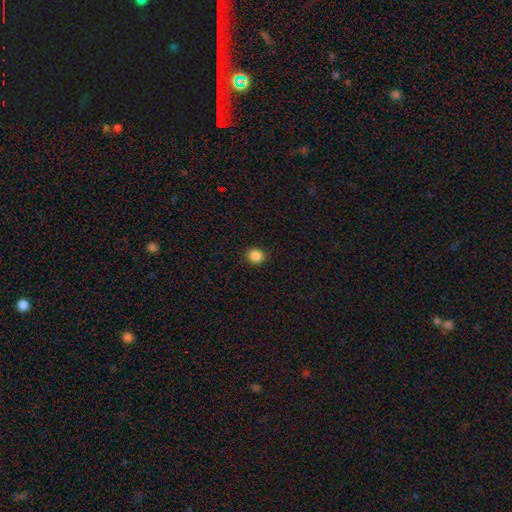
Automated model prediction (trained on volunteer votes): smooth_or_featured: smooth (p=0.86) [alt: star or artifact p=0.11]
how_rounded: round (p=0.87) [alt: in between p=0.12]
merging: none (p=0.91) [alt: minor disturbance p=0.06]